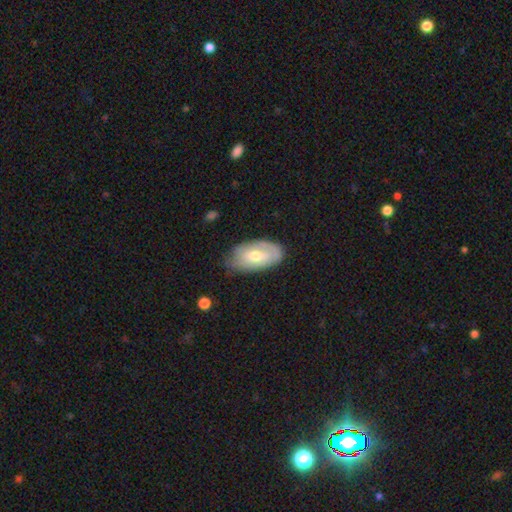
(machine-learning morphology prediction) The model was most divided on "smooth or featured": featured or disk: 49%, smooth: 46%, star or artifact: 6%. More confident: merging — none (66%).